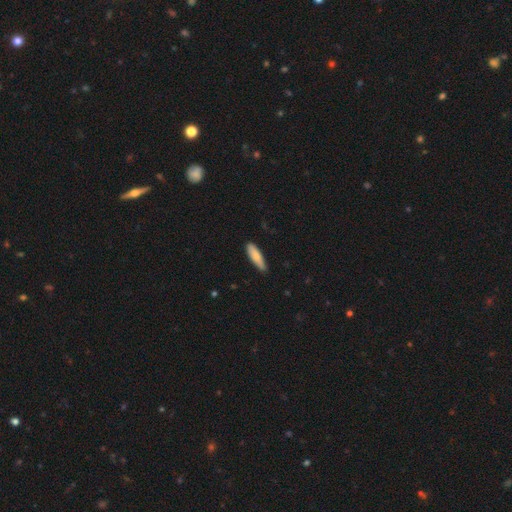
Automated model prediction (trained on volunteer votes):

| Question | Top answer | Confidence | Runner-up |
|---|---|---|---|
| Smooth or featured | smooth | 81% | featured or disk (14%) |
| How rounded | cigar-shaped | 66% | in between (33%) |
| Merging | none | 81% | minor disturbance (16%) |